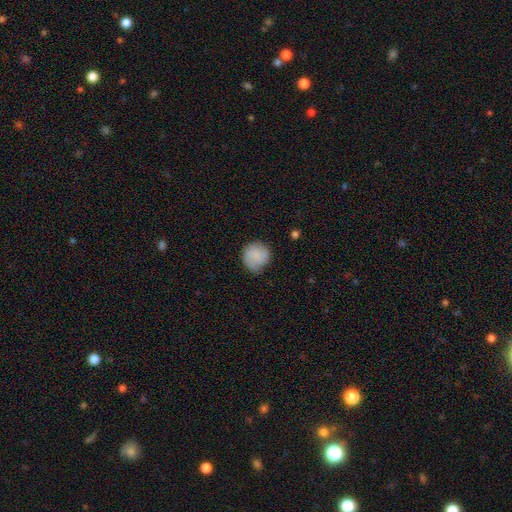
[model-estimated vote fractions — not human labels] This appears to be a smooth galaxy with no disk features (79%) that is round (87%). Merging: none (65%).